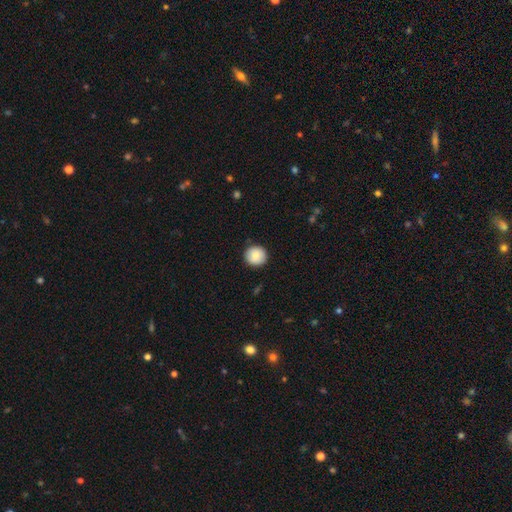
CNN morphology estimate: smooth 83%, featured or disk 10%, star or artifact 7%. Down the decision tree: how rounded — round (92%); merging — none (89%).